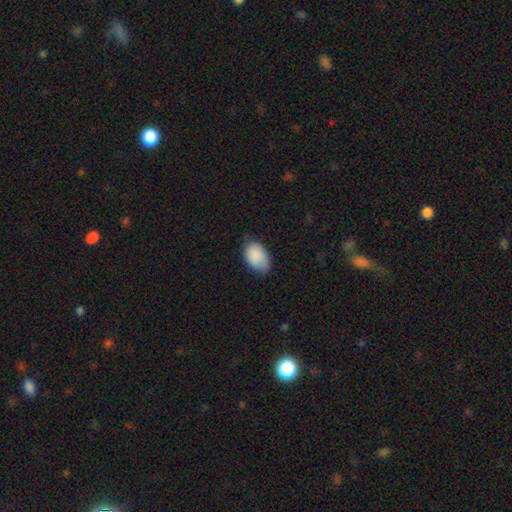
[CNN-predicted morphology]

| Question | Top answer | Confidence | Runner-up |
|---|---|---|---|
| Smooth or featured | smooth | 88% | star or artifact (6%) |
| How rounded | in between | 89% | round (10%) |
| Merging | none | 67% | minor disturbance (27%) |